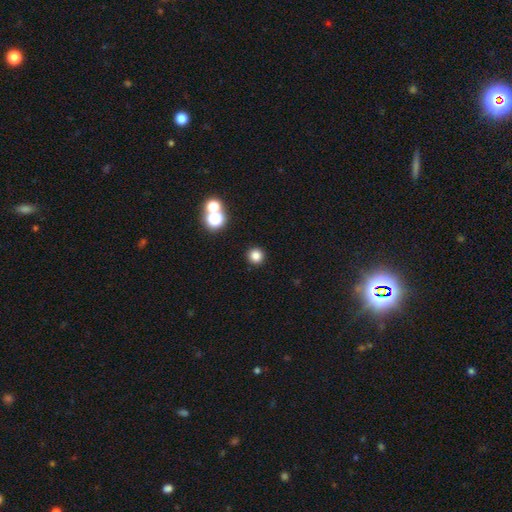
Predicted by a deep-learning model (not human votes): Smooth or featured? smooth (80%)
How rounded? round (95%)
Merging? none (91%)